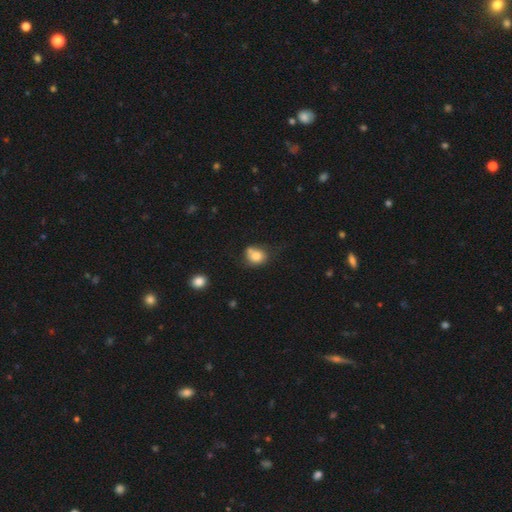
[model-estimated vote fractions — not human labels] This appears to be a smooth galaxy with no disk features (80%) that is round (58%). Merging: none (46%).